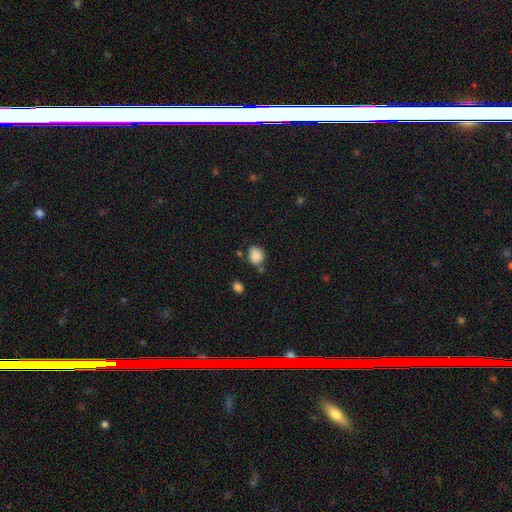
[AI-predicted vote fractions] This appears to be a smooth galaxy with no disk features (87%) that is round (63%). Merging: none (65%).